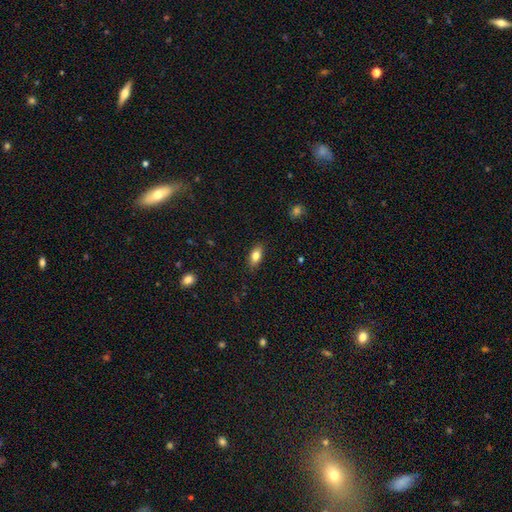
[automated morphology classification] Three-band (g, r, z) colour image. It shows a smooth galaxy with no disk features (82%) that is in between round and cigar-shaped (87%). Merging: none (87%).